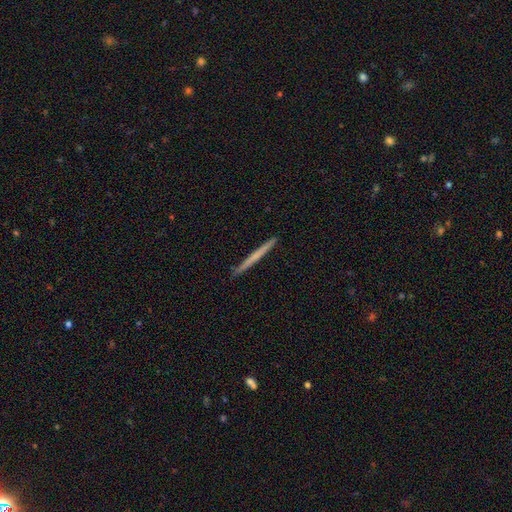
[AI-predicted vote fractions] This appears to be a smooth galaxy with no disk features (52%) that is cigar-shaped (97%). Merging: none (93%).